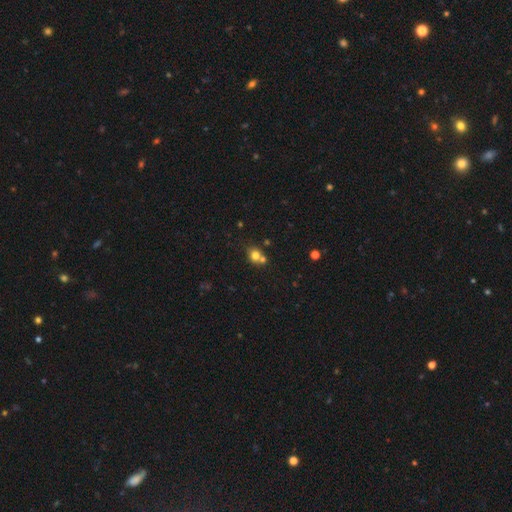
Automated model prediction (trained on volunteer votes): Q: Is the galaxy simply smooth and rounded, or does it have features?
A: smooth — 75%.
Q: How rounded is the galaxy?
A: round — 74%.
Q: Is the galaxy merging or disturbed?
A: none — 50%.